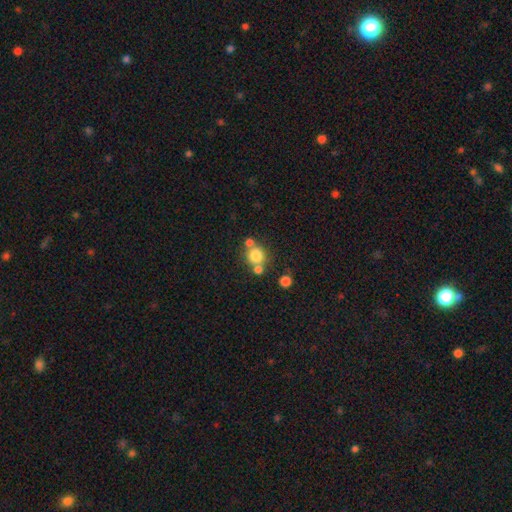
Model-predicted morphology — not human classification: A smooth galaxy with no disk features (77%) that is round (89%).

Vote fractions:
- Smooth or featured? smooth: 77% / star or artifact: 13% / featured or disk: 10%
- How rounded? round: 89% / in between: 10% / cigar-shaped: 1%
- Merging? none: 59% / merger: 28% / minor disturbance: 9% / major disturbance: 4%